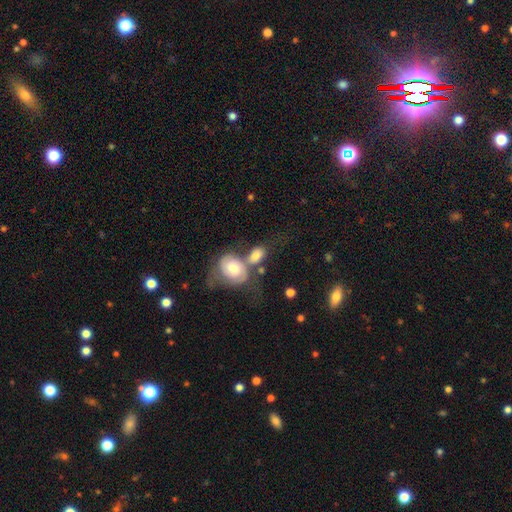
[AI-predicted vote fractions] A smooth galaxy with no disk features (66%) that is in between round and cigar-shaped (78%).

Vote fractions:
- Smooth or featured? smooth: 66% / featured or disk: 26% / star or artifact: 7%
- How rounded? in between: 78% / round: 20% / cigar-shaped: 2%
- Merging? merger: 52% / none: 24% / minor disturbance: 13% / major disturbance: 11%